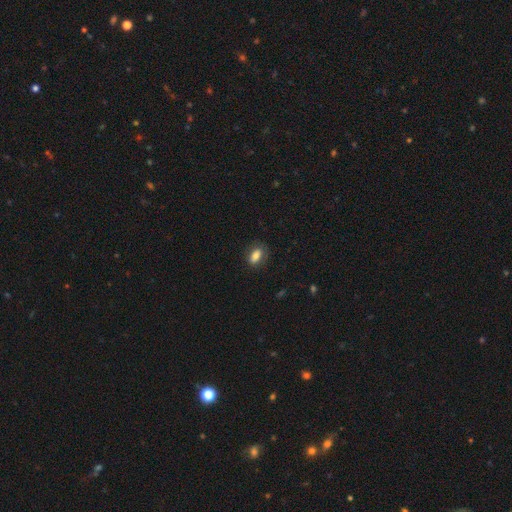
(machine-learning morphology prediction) type=smooth (80%); roundness=in between (85%); merging=none (76%).